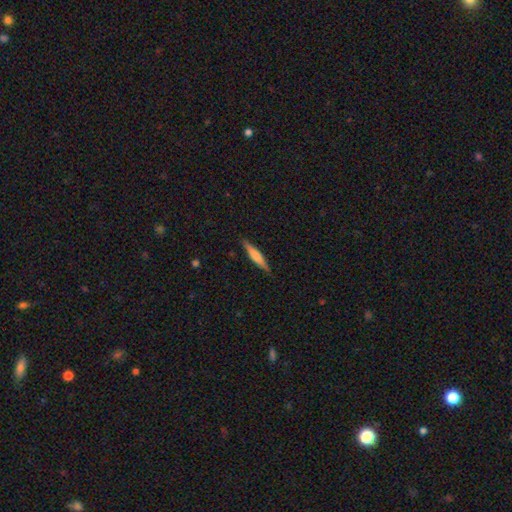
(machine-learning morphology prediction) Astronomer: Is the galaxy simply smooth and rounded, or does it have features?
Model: smooth — 57% (runner-up: featured or disk, 37%).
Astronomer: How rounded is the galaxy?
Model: cigar-shaped — 89%.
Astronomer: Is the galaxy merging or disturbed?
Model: none — 87%.